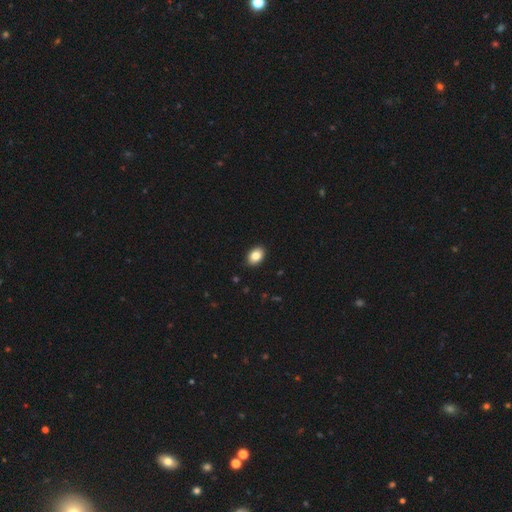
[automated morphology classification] Smooth or featured: smooth — 86% (star or artifact — 8%)
How rounded: in between — 81% (round — 18%)
Merging: none — 90% (minor disturbance — 7%)